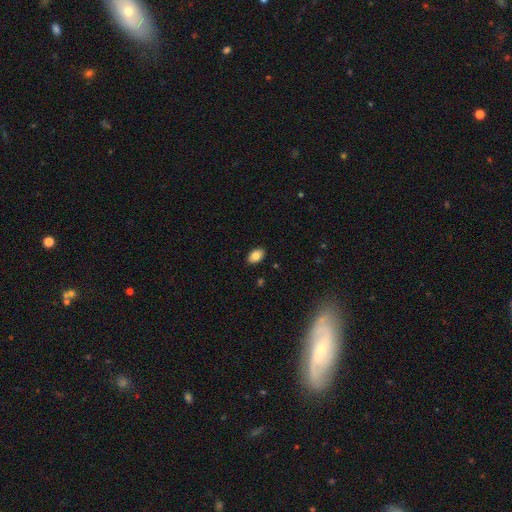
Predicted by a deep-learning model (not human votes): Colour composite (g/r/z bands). It shows a smooth galaxy with no disk features (83%) that is in between round and cigar-shaped (88%). Merging: none (89%).